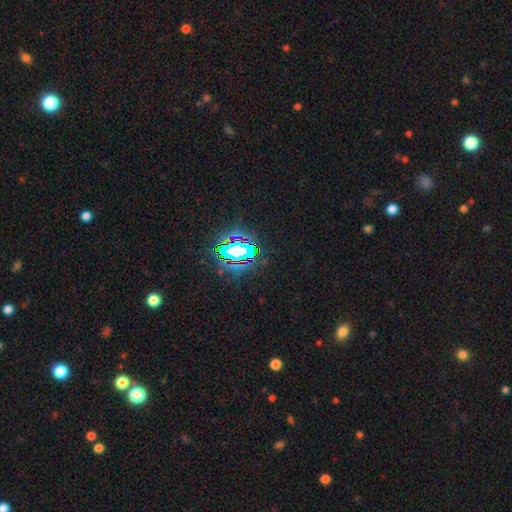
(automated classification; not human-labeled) Q: Smooth or featured?
A: star or artifact (75%); runner-up: smooth (16%)